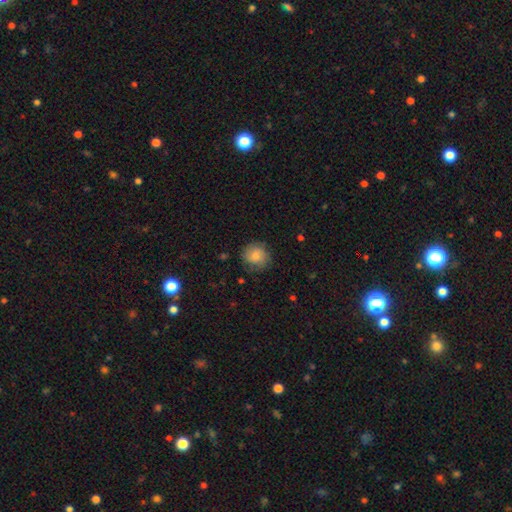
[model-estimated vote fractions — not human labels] Morphology: type=smooth (74%); roundness=round (86%); merging=none (76%).